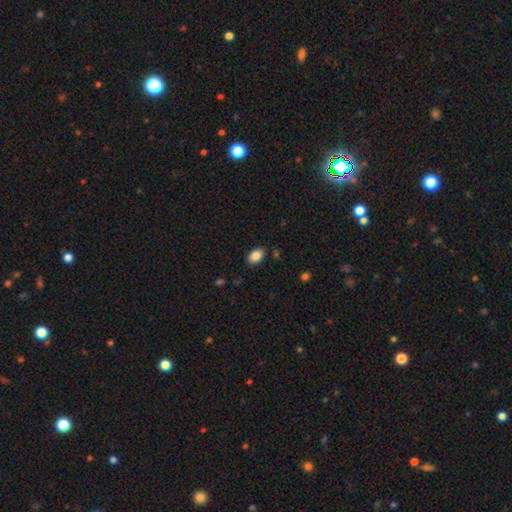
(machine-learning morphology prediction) type=smooth (87%); roundness=in between (83%); merging=none (85%).